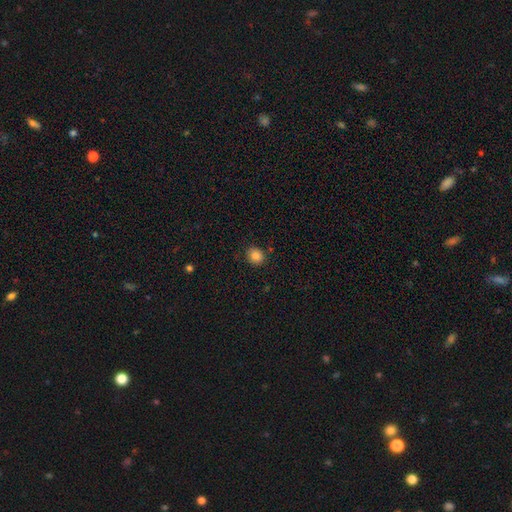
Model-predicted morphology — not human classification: Smooth or featured: smooth — 84% (star or artifact — 11%)
How rounded: round — 77% (in between — 22%)
Merging: none — 87% (minor disturbance — 9%)